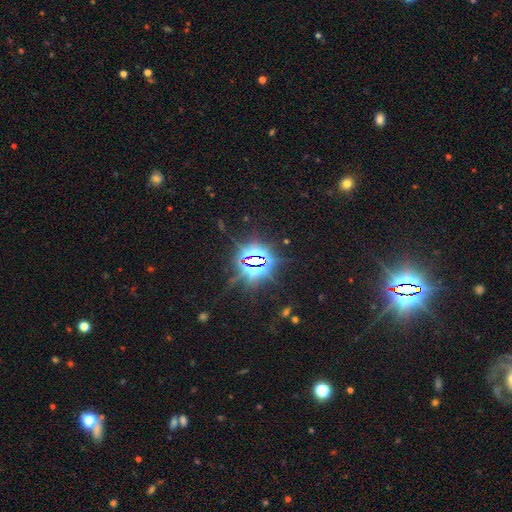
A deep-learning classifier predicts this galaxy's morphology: A star or artifact, not a galaxy (85%).